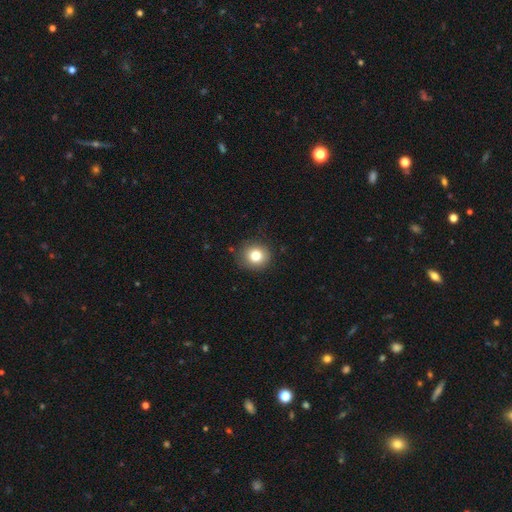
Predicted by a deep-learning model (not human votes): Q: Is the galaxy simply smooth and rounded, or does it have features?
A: smooth — 80%.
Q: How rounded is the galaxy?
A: round — 87%.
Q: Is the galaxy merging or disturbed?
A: none — 86%.